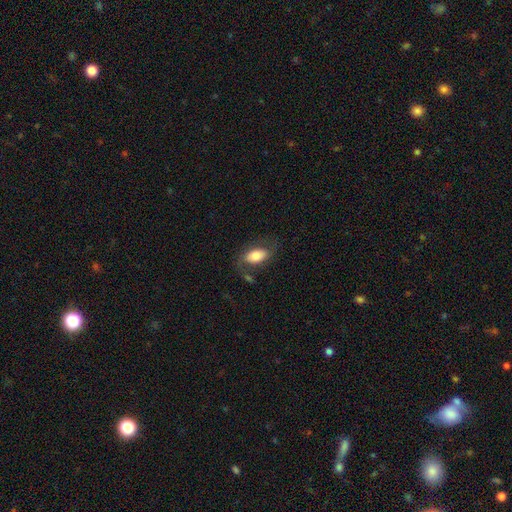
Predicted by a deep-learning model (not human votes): smooth_or_featured: smooth (p=0.66) [alt: featured or disk p=0.28]
how_rounded: in between (p=0.91) [alt: round p=0.05]
merging: none (p=0.58) [alt: minor disturbance p=0.19]